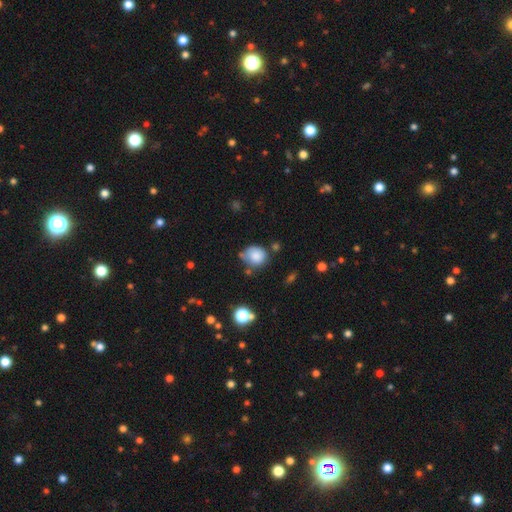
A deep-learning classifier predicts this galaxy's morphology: smooth_or_featured: smooth (p=0.82) [alt: star or artifact p=0.10]
how_rounded: round (p=0.75) [alt: in between p=0.24]
merging: none (p=0.54) [alt: minor disturbance p=0.28]